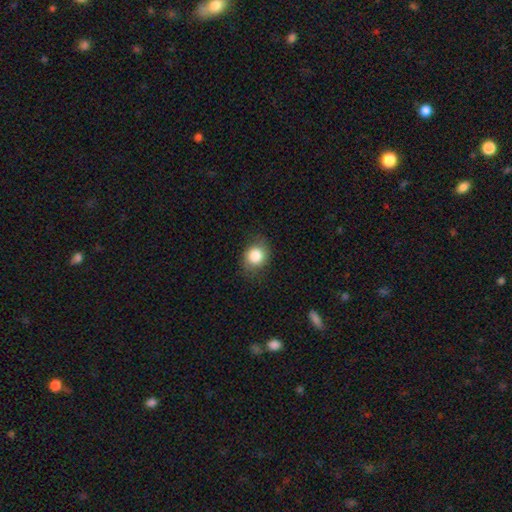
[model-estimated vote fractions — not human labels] Smooth or featured: smooth — 84% (star or artifact — 9%)
How rounded: round — 66% (in between — 33%)
Merging: none — 78% (minor disturbance — 17%)